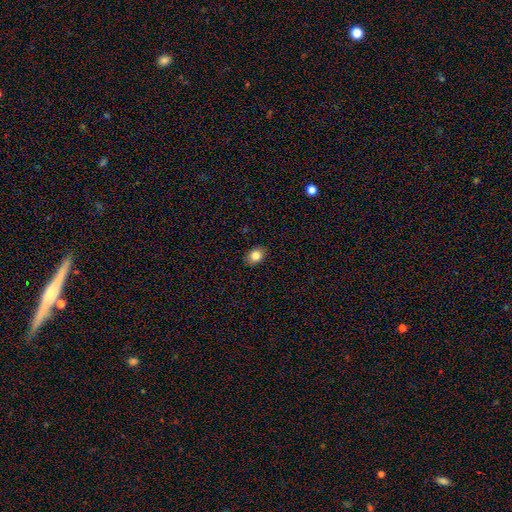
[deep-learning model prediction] Smooth or featured? Predicted: smooth (p=0.84). How rounded? Predicted: in between (p=0.63). Merging? Predicted: none (p=0.88).